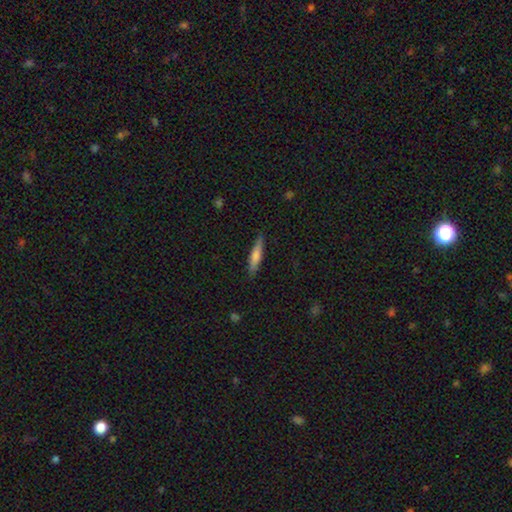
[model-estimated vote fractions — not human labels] Smooth or featured? Predicted: smooth (p=0.61). How rounded? Predicted: cigar-shaped (p=0.88). Merging? Predicted: none (p=0.88).